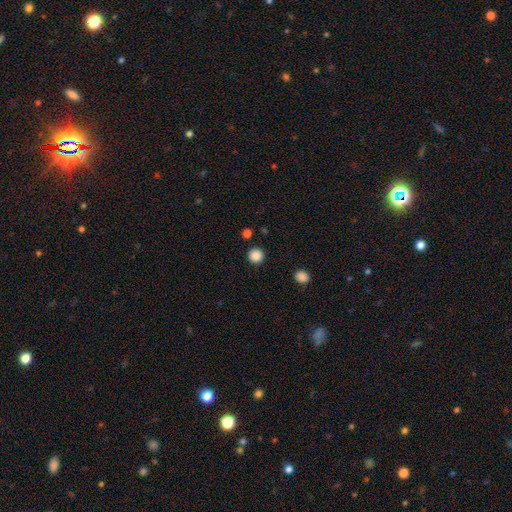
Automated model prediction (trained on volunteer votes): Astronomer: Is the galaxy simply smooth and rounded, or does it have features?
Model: smooth — 87%.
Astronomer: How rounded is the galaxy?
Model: round — 95%.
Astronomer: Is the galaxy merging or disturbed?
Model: none — 92%.